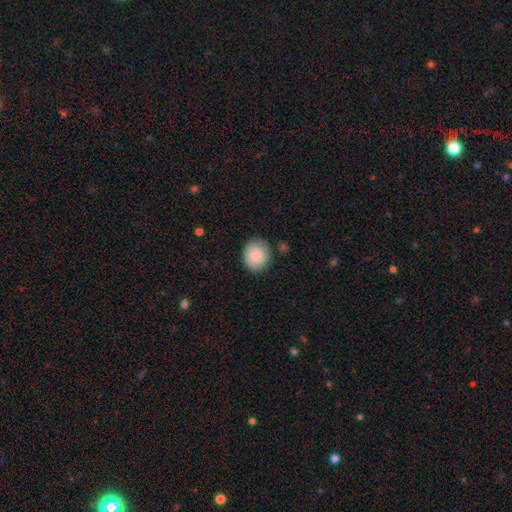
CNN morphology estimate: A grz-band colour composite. It shows a smooth galaxy with no disk features (85%) that is round (77%). Merging: none (84%).